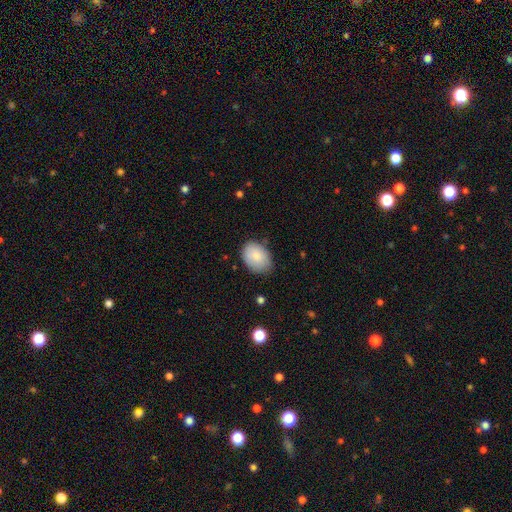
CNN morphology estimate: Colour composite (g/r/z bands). It shows a smooth galaxy with no disk features (85%) that is in between round and cigar-shaped (74%). Merging: none (72%).